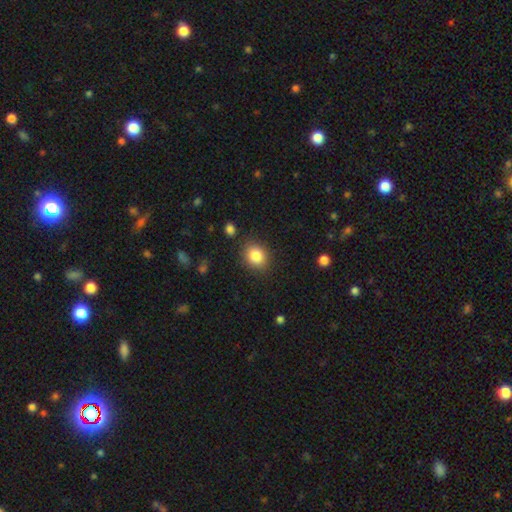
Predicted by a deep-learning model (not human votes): smooth_or_featured: smooth (p=0.84) [alt: star or artifact p=0.09]
how_rounded: round (p=0.62) [alt: in between p=0.38]
merging: none (p=0.86) [alt: minor disturbance p=0.09]